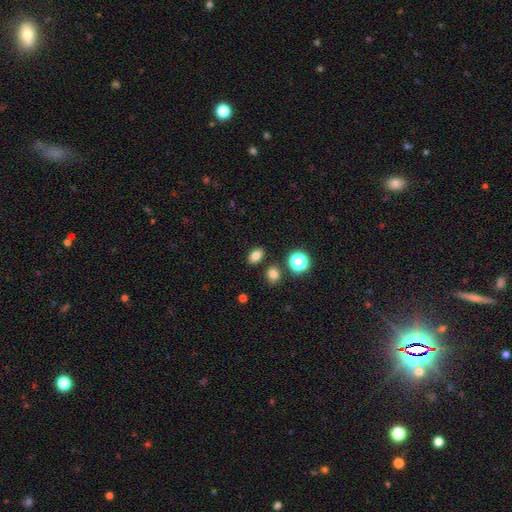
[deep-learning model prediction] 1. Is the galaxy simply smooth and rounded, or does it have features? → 79% smooth, 14% star or artifact, 6% featured or disk.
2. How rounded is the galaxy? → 80% in between, 19% round, 2% cigar-shaped.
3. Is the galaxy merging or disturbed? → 83% none, 9% minor disturbance, 5% merger, 2% major disturbance.